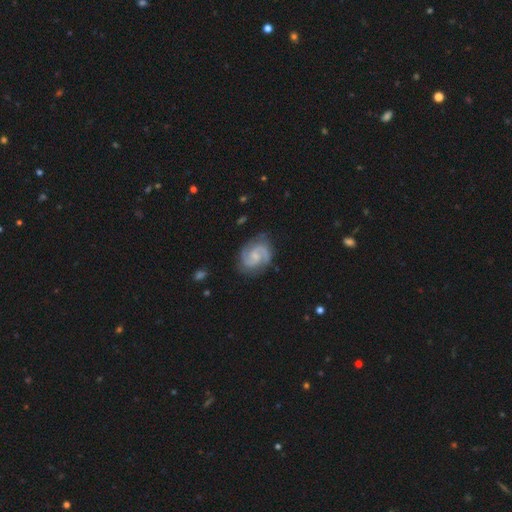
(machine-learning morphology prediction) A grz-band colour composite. It shows a featured or disk galaxy (90%) with no bar (52%), 2 (92%) medium (53%) spiral arms (98%) and a small central bulge (55%). Merging: none (81%).